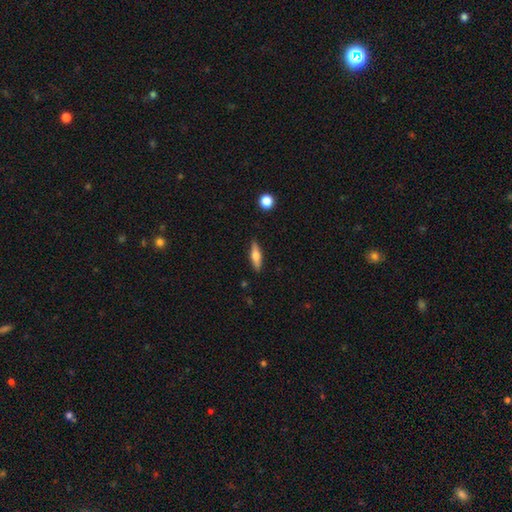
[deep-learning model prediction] Smooth or featured? smooth (56%)
How rounded? cigar-shaped (63%)
Merging? none (87%)